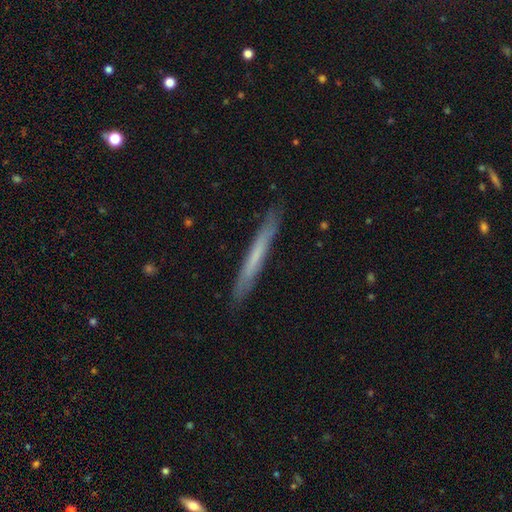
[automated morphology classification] smooth 54%, featured or disk 40%, star or artifact 6%. Down the decision tree: how rounded — cigar-shaped (97%); merging — none (89%).